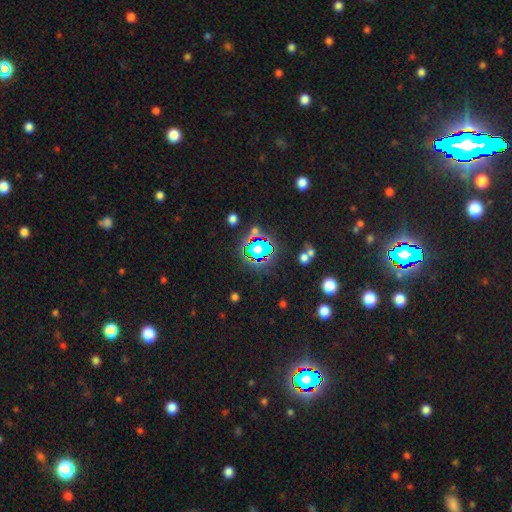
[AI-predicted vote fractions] star or artifact 77%, smooth 15%, featured or disk 8%.